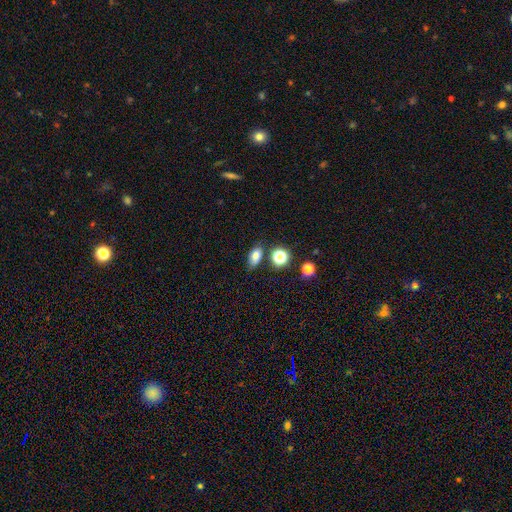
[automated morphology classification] Smooth or featured?
  - smooth: 77% *
  - star or artifact: 14%
  - featured or disk: 10%
How rounded?
  - in between: 82% *
  - round: 15%
  - cigar-shaped: 3%
Merging?
  - none: 71% *
  - minor disturbance: 18%
  - merger: 7%
  - major disturbance: 4%